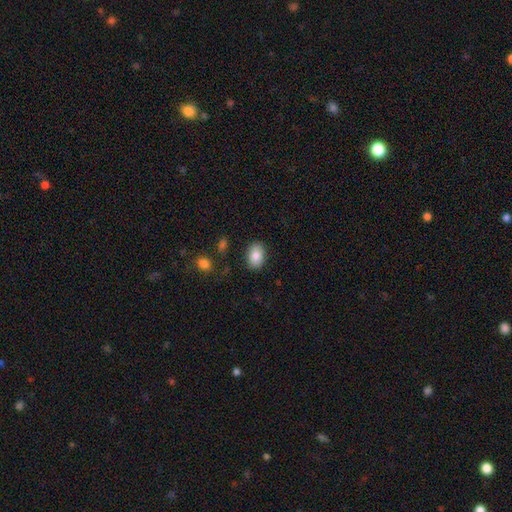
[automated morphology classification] This appears to be a smooth galaxy with no disk features (85%) that is in between round and cigar-shaped (83%). Merging: none (85%).